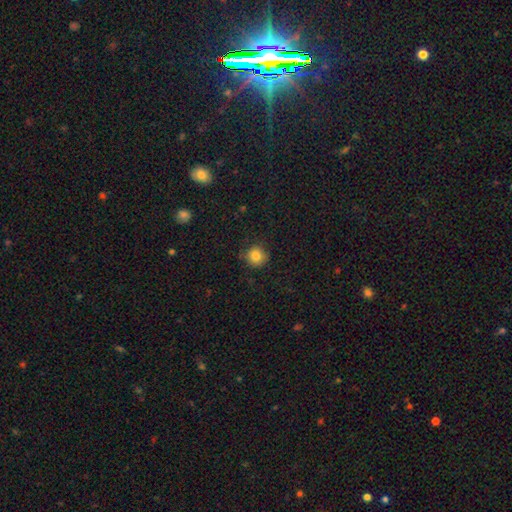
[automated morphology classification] smooth 82%, star or artifact 11%, featured or disk 7%. Down the decision tree: how rounded — round (91%); merging — none (83%).